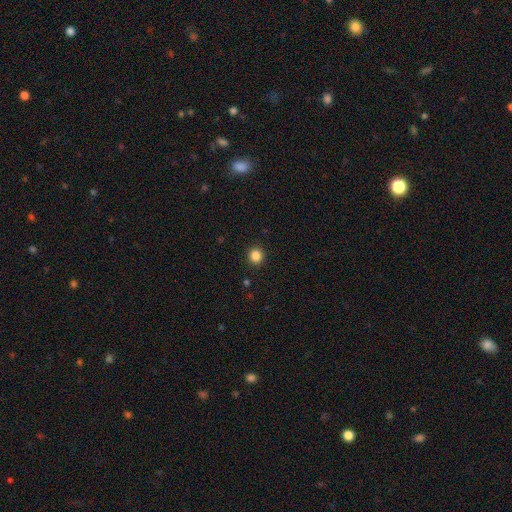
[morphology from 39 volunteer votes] Smooth or featured?
  - smooth: 92% *
  - star or artifact: 8%
  - featured or disk: 0%
How rounded?
  - round: 97% *
  - in between: 3%
  - cigar-shaped: 0%
Merging?
  - none: 97% *
  - major disturbance: 3%
  - minor disturbance: 0%
  - merger: 0%